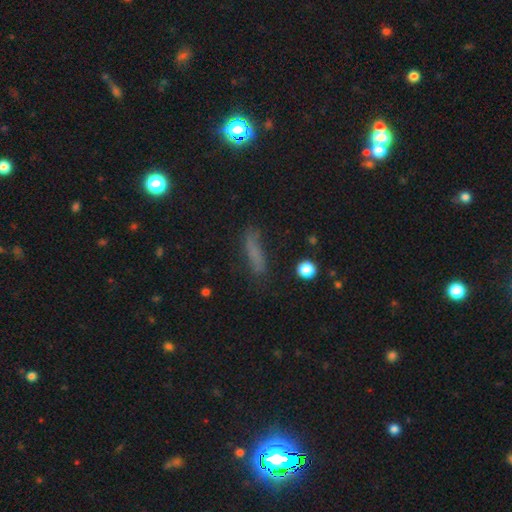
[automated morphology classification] Smooth or featured?
  - smooth: 65% *
  - featured or disk: 19%
  - star or artifact: 16%
How rounded?
  - cigar-shaped: 75% *
  - in between: 22%
  - round: 3%
Merging?
  - none: 67% *
  - minor disturbance: 22%
  - major disturbance: 9%
  - merger: 3%